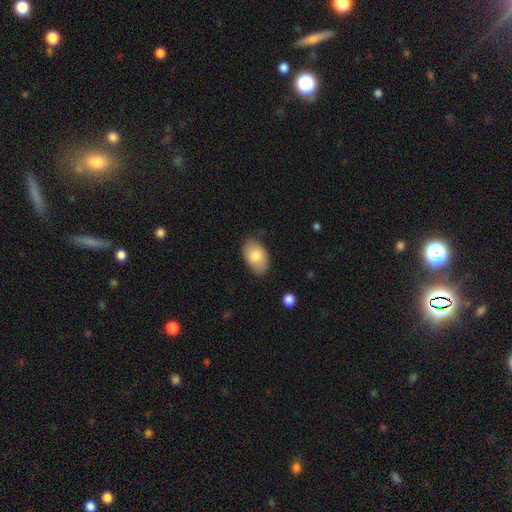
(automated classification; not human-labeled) smooth-or-featured: smooth: 78% | featured or disk: 15% | star or artifact: 6%
  how-rounded: in between: 90% | round: 9% | cigar-shaped: 1%
  merging: none: 78% | minor disturbance: 17% | major disturbance: 3% | merger: 1%